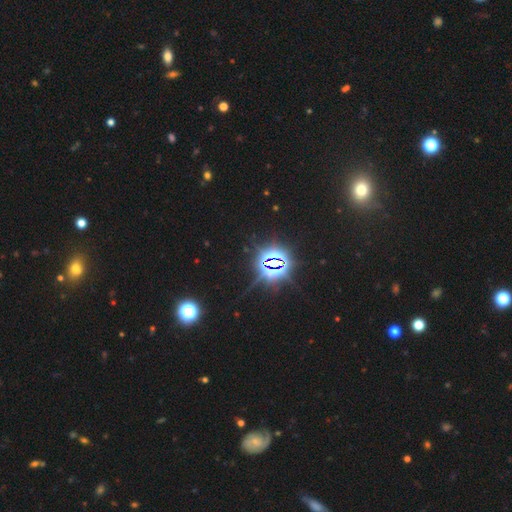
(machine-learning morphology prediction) Smooth or featured? star or artifact (76%)